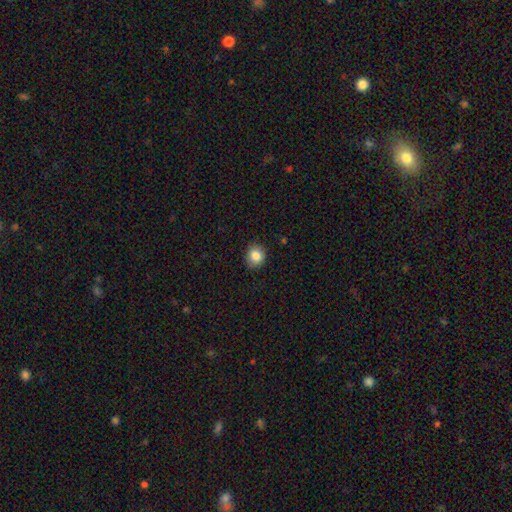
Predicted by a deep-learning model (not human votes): Smooth or featured? smooth (85%)
How rounded? round (75%)
Merging? none (84%)